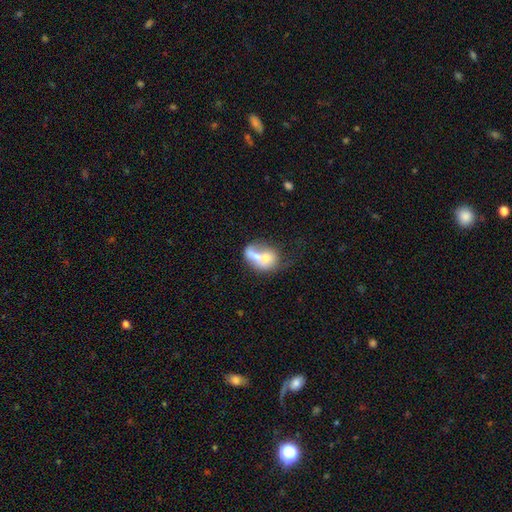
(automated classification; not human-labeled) Smooth or featured?
  - smooth: 58% *
  - featured or disk: 34%
  - star or artifact: 8%
How rounded?
  - in between: 57% *
  - round: 41%
  - cigar-shaped: 2%
Merging?
  - merger: 68% *
  - none: 14%
  - major disturbance: 9%
  - minor disturbance: 8%